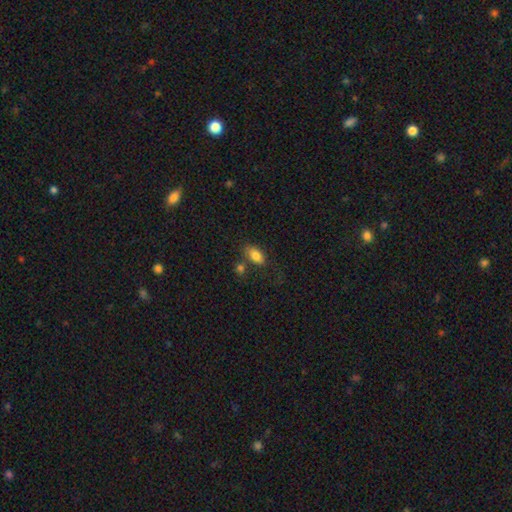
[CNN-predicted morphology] This appears to be a smooth galaxy with no disk features (83%) that is in between round and cigar-shaped (89%). Merging: none (60%).